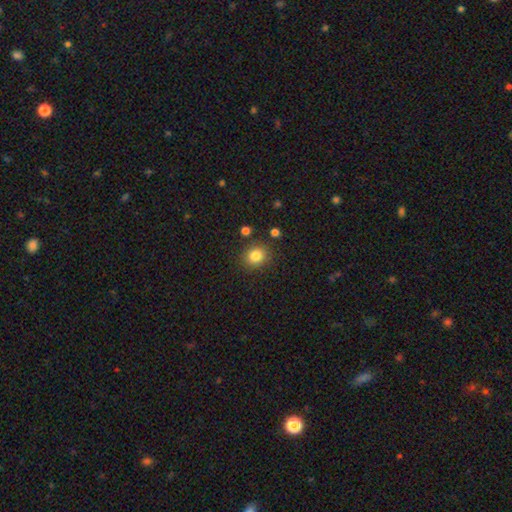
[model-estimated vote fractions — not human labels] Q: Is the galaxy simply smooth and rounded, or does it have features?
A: smooth — 84%.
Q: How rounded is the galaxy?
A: round — 76%.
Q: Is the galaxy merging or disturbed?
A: none — 85%.